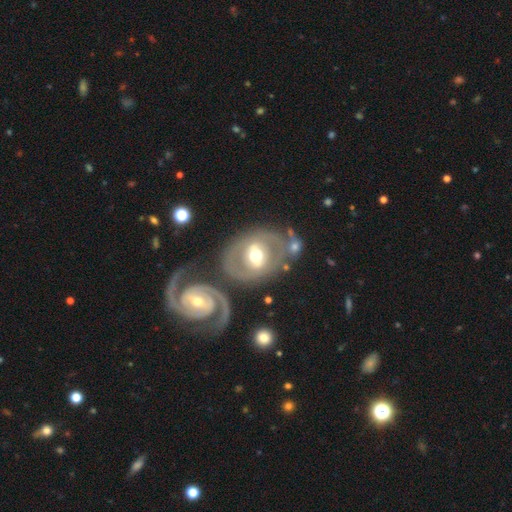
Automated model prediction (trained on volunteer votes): Smooth or featured: featured or disk — 69% (smooth — 24%)
Edge-on disk: no — 94% (yes — 6%)
Bar: weak — 36% (tied with strong — 36%)
Spiral arms: yes — 54% (no — 46%)
Bulge size: moderate — 71% (large — 17%)
Merging: none — 56% (merger — 17%)